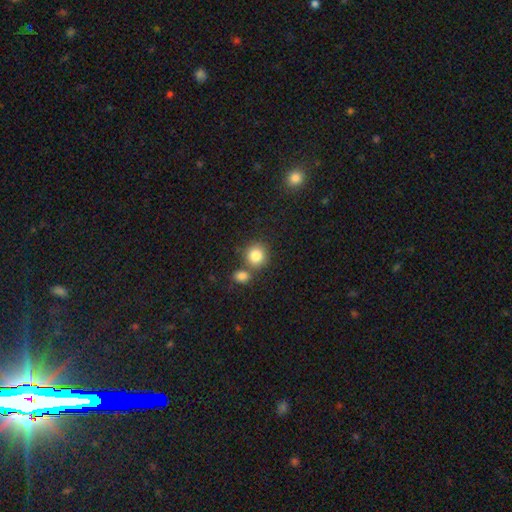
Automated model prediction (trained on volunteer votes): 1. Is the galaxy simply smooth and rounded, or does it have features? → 85% smooth, 9% star or artifact, 6% featured or disk.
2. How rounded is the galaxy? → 86% round, 13% in between, 1% cigar-shaped.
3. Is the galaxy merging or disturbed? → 63% none, 25% merger, 9% minor disturbance, 3% major disturbance.